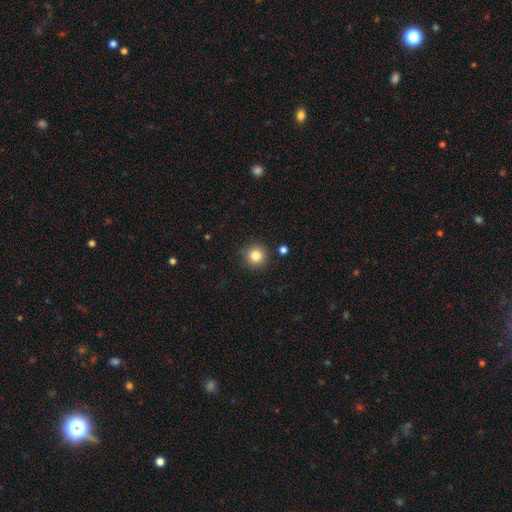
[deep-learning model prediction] The model was most divided on "smooth or featured": smooth: 84%, star or artifact: 11%, featured or disk: 5%. More confident: how rounded — round (95%); merging — none (89%).